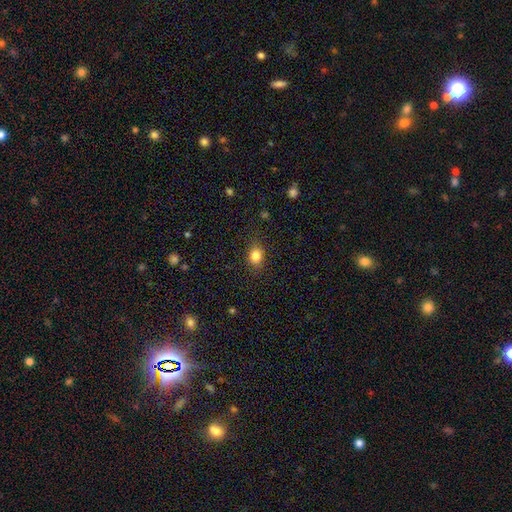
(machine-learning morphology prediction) smooth-or-featured: smooth: 84% | star or artifact: 11% | featured or disk: 6%
  how-rounded: in between: 54% | round: 45% | cigar-shaped: 1%
  merging: none: 84% | minor disturbance: 12% | major disturbance: 4% | merger: 1%